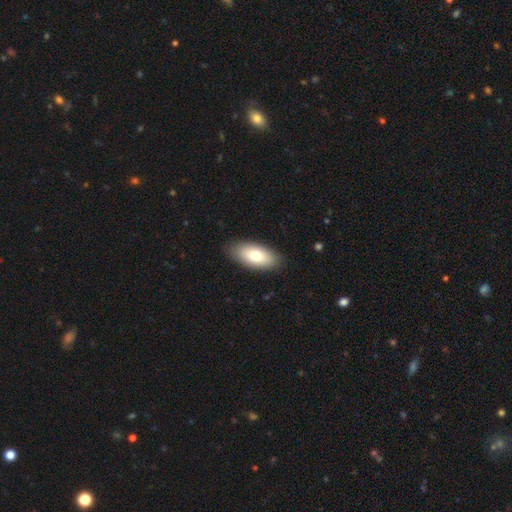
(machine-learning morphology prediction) smooth 75%, featured or disk 18%, star or artifact 7%. Down the decision tree: how rounded — in between (90%); merging — none (87%).